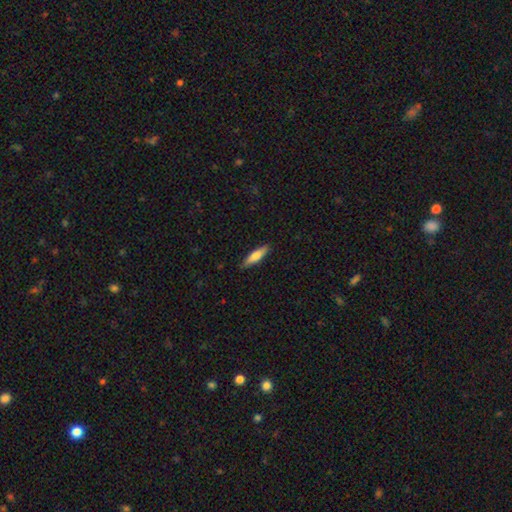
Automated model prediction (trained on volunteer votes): This is likely a smooth galaxy (68%). How rounded: likely cigar-shaped (70%). Merging: clearly none (88%).